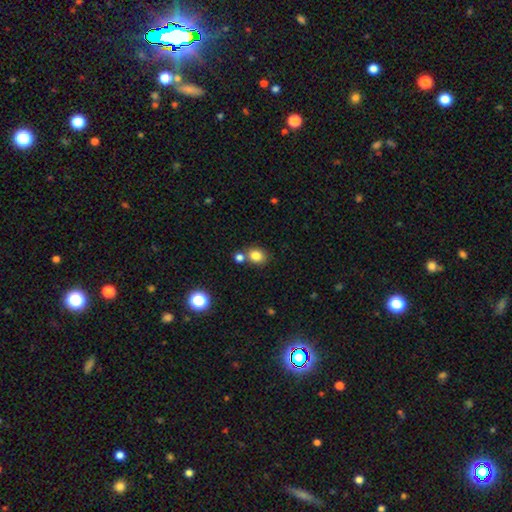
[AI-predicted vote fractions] Smooth or featured?
  - smooth: 82% *
  - star or artifact: 12%
  - featured or disk: 6%
How rounded?
  - round: 60% *
  - in between: 40%
  - cigar-shaped: 1%
Merging?
  - none: 65% *
  - merger: 22%
  - minor disturbance: 10%
  - major disturbance: 3%